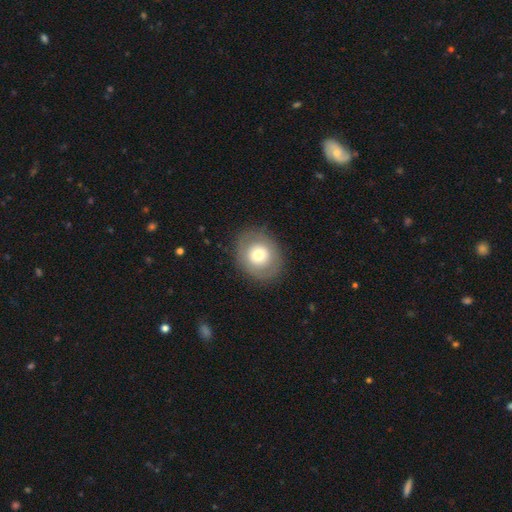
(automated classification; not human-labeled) This is likely a smooth galaxy (60%). How rounded: likely round (70%). Merging: clearly none (85%).